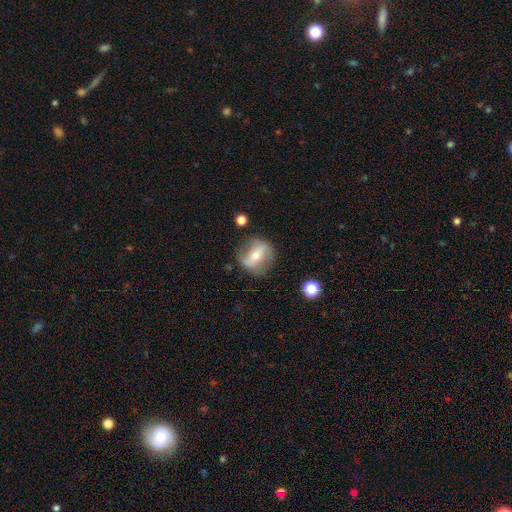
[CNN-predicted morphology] smooth_or_featured: featured or disk (p=0.64) [alt: smooth p=0.28]
disk_edge_on: no (p=0.88) [alt: yes p=0.12]
bar: strong (p=0.55) [alt: weak p=0.25]
has_spiral_arms: yes (p=0.60) [alt: no p=0.40]
bulge_size: moderate (p=0.50) [alt: small p=0.45]
merging: none (p=0.74) [alt: minor disturbance p=0.17]